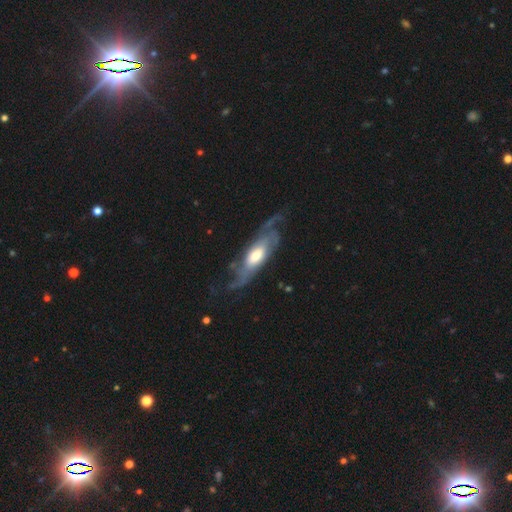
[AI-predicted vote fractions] The model was most divided on "spiral winding": loose: 43%, medium: 37%, tight: 21%. More confident: spiral arms — yes (89%); edge-on disk — no (82%); smooth or featured — featured or disk (77%); bar — no (60%); spiral arm count — 2 (58%); merging — none (56%); bulge size — moderate (53%).